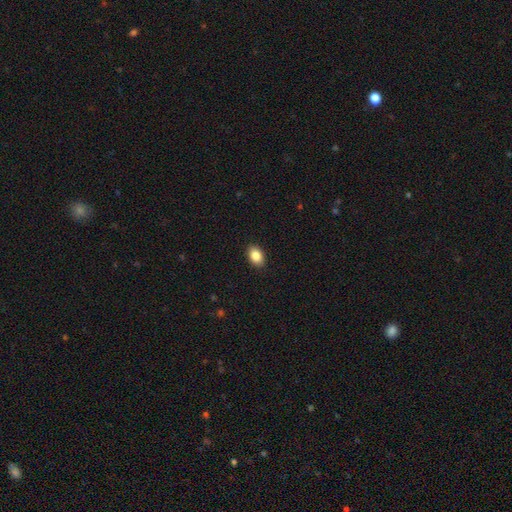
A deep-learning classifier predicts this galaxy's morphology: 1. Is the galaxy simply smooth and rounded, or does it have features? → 86% smooth, 8% star or artifact, 6% featured or disk.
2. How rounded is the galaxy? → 86% in between, 13% round, 1% cigar-shaped.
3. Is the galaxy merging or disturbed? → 90% none, 7% minor disturbance, 2% major disturbance, 1% merger.